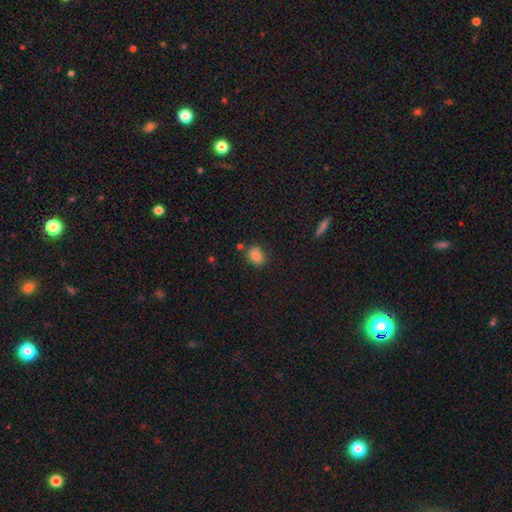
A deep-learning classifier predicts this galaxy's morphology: smooth-or-featured: smooth: 82% | star or artifact: 11% | featured or disk: 7%
  how-rounded: in between: 58% | round: 41% | cigar-shaped: 1%
  merging: none: 73% | minor disturbance: 16% | merger: 7% | major disturbance: 3%